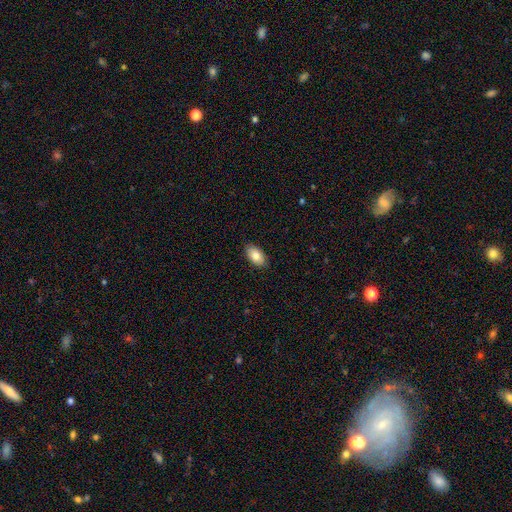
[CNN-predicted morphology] Q: Smooth or featured?
A: smooth (82%); runner-up: featured or disk (11%)
Q: How rounded?
A: in between (93%); runner-up: round (5%)
Q: Merging?
A: none (88%); runner-up: minor disturbance (9%)